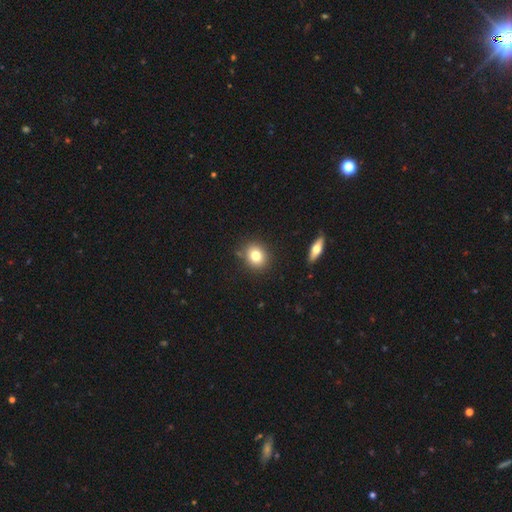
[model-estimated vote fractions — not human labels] Smooth or featured? Predicted: smooth (p=0.79). How rounded? Predicted: round (p=0.70). Merging? Predicted: none (p=0.85).